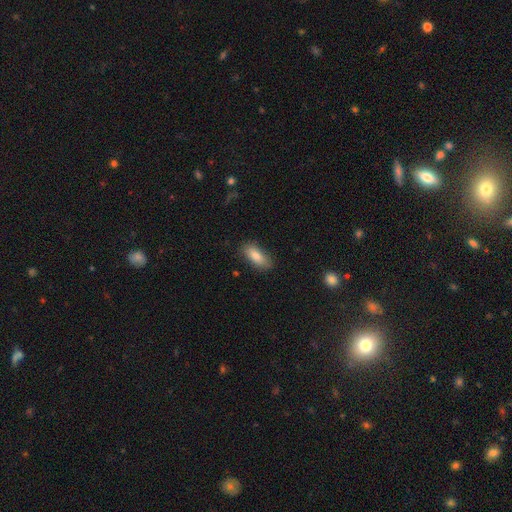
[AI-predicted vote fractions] Smooth or featured? smooth (82%)
How rounded? in between (82%)
Merging? none (83%)